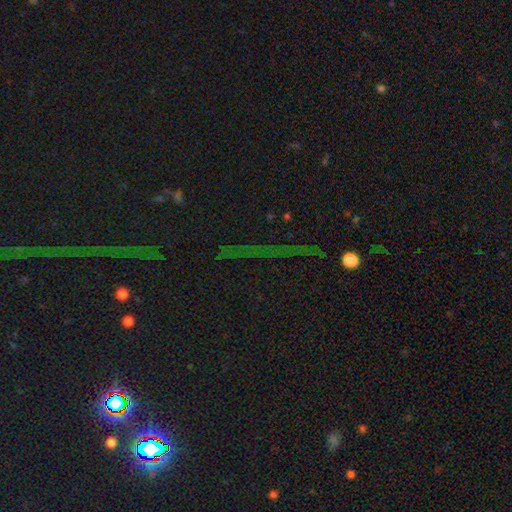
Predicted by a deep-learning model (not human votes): smooth_or_featured: star or artifact (p=0.78) [alt: smooth p=0.11]